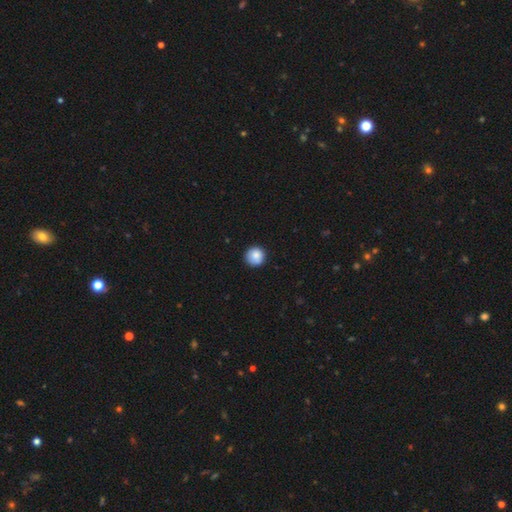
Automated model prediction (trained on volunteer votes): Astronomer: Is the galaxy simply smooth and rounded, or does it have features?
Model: smooth — 85%.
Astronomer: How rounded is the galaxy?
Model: round — 95%.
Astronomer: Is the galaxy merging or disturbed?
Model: none — 87%.